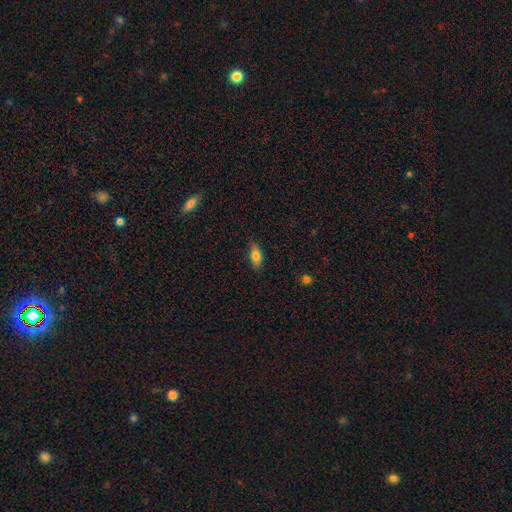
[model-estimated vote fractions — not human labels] Smooth or featured?
  - smooth: 77% *
  - featured or disk: 16%
  - star or artifact: 7%
How rounded?
  - in between: 77% *
  - cigar-shaped: 19%
  - round: 3%
Merging?
  - none: 84% *
  - minor disturbance: 12%
  - major disturbance: 2%
  - merger: 1%